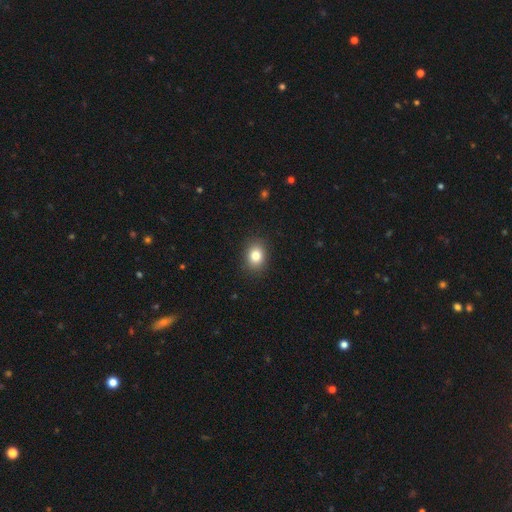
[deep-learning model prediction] A smooth galaxy with no disk features (82%) that is in between round and cigar-shaped (51%).

Vote fractions:
- Smooth or featured? smooth: 82% / star or artifact: 10% / featured or disk: 7%
- How rounded? in between: 51% / round: 48% / cigar-shaped: 1%
- Merging? none: 89% / minor disturbance: 8% / major disturbance: 2% / merger: 1%